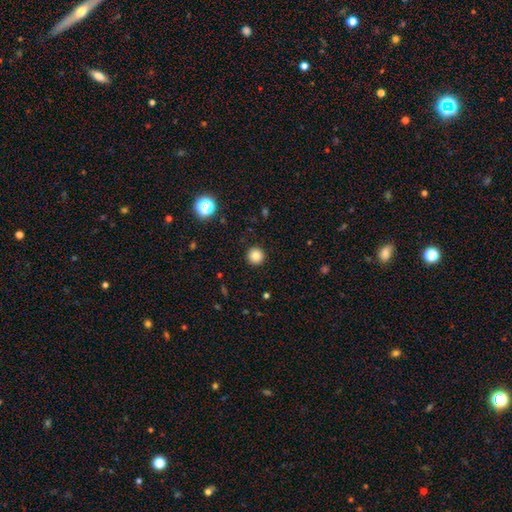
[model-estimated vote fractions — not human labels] Morphology: type=smooth (85%); roundness=round (96%); merging=none (93%).